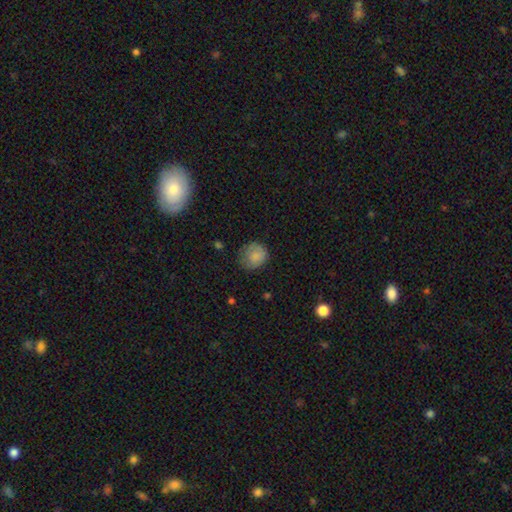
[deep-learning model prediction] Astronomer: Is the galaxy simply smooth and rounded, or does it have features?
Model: smooth — 81%.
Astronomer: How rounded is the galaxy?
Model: round — 82%.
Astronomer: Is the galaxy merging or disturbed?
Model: none — 66%.